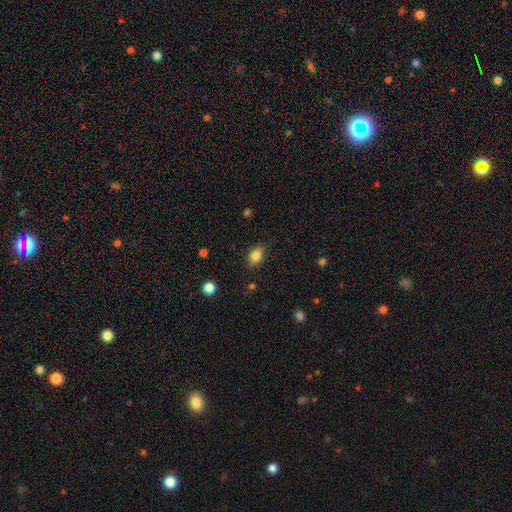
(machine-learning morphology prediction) type=smooth (83%); roundness=in between (79%); merging=none (83%).